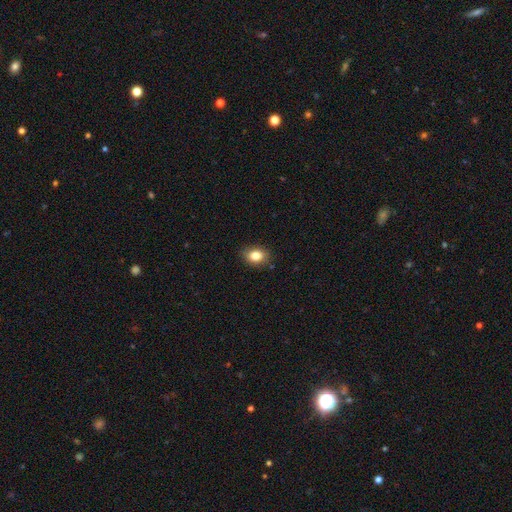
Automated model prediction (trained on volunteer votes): Overall: smooth (83%). How rounded: in between (67%; round 32%). Merging: none (85%).